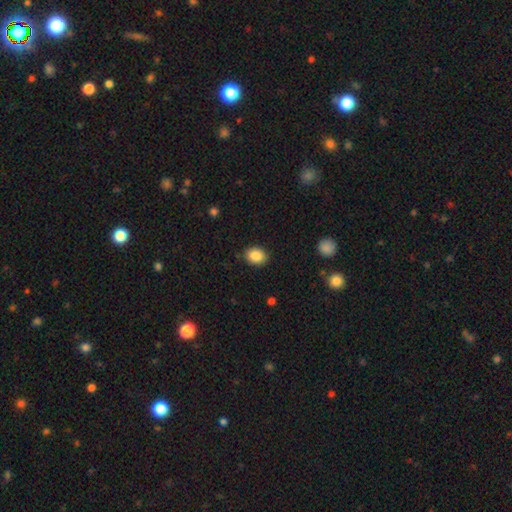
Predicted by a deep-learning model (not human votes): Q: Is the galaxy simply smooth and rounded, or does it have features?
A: smooth — 87%.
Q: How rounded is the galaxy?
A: in between — 60%.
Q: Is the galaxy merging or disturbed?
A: none — 87%.